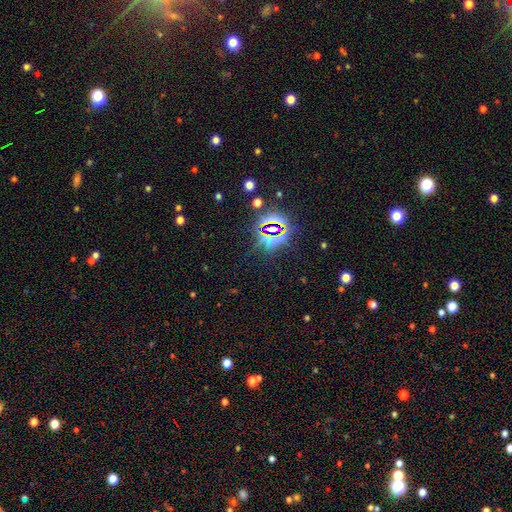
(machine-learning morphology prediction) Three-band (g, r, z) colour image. It shows a star or artifact, not a galaxy (76%).